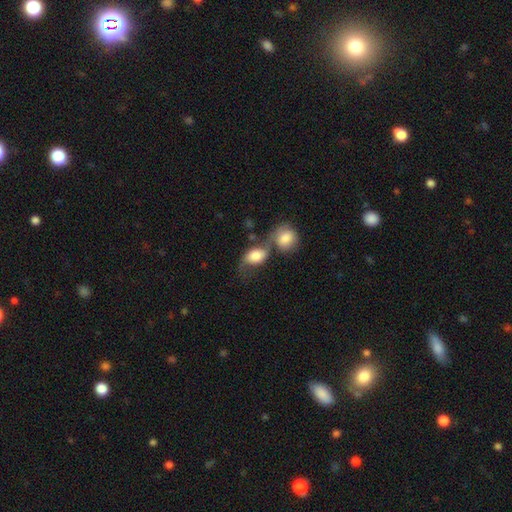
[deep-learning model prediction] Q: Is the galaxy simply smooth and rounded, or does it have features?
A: smooth — 74%.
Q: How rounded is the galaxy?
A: in between — 74%.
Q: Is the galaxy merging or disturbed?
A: merger — 47%.